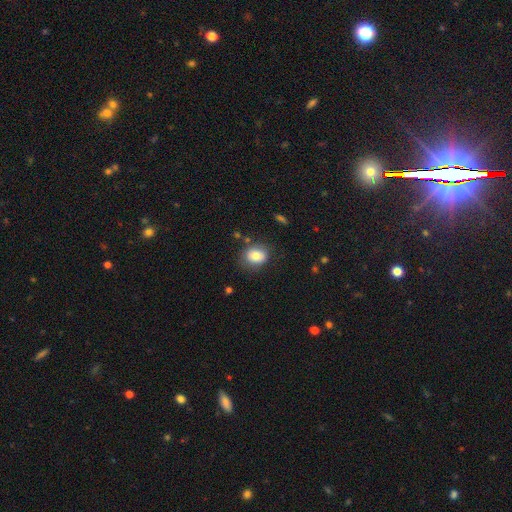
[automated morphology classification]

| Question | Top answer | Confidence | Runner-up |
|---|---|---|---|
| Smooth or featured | smooth | 79% | featured or disk (11%) |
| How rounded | round | 57% | in between (42%) |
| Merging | none | 78% | minor disturbance (14%) |